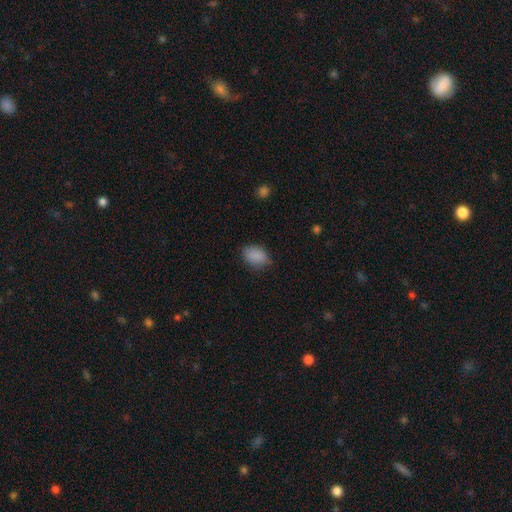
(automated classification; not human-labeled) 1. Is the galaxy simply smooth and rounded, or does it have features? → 87% smooth, 8% star or artifact, 4% featured or disk.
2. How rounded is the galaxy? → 78% in between, 21% round, 1% cigar-shaped.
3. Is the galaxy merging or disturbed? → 75% none, 20% minor disturbance, 4% major disturbance, 1% merger.